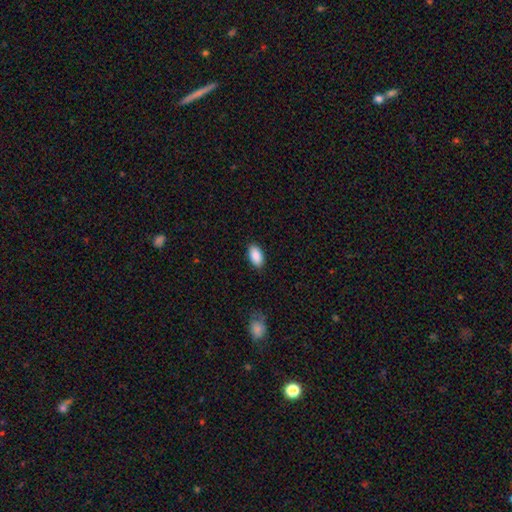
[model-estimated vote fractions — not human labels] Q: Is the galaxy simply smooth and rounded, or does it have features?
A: smooth — 90%.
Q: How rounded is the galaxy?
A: in between — 94%.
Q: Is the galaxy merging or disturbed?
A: none — 88%.